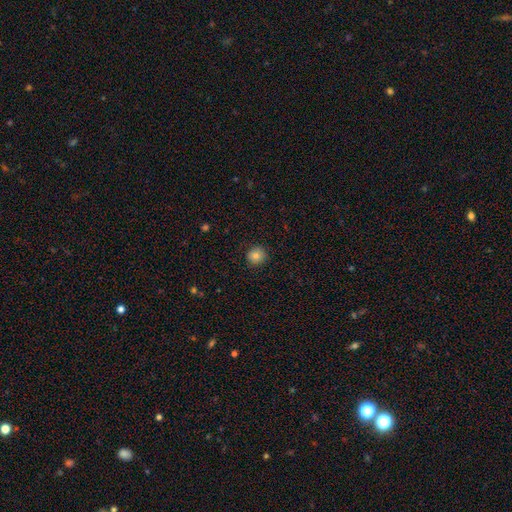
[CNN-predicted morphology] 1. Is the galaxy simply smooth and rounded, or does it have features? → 81% smooth, 10% star or artifact, 9% featured or disk.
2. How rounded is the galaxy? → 92% round, 8% in between, 1% cigar-shaped.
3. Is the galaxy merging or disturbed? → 90% none, 7% minor disturbance, 2% major disturbance, 1% merger.